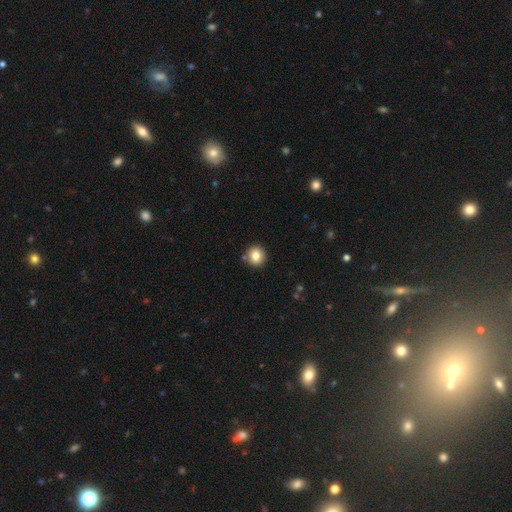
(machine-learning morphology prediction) The model was most divided on "smooth or featured": smooth: 83%, star or artifact: 10%, featured or disk: 7%. More confident: how rounded — round (91%); merging — none (88%).